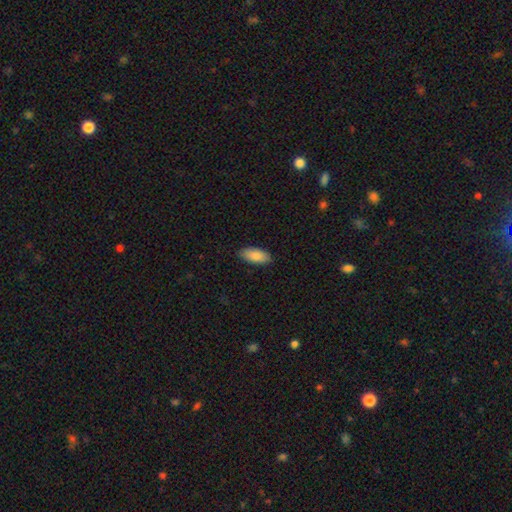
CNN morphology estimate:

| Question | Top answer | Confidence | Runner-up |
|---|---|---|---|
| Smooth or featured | smooth | 88% | featured or disk (6%) |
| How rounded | in between | 88% | cigar-shaped (10%) |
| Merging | none | 88% | minor disturbance (9%) |